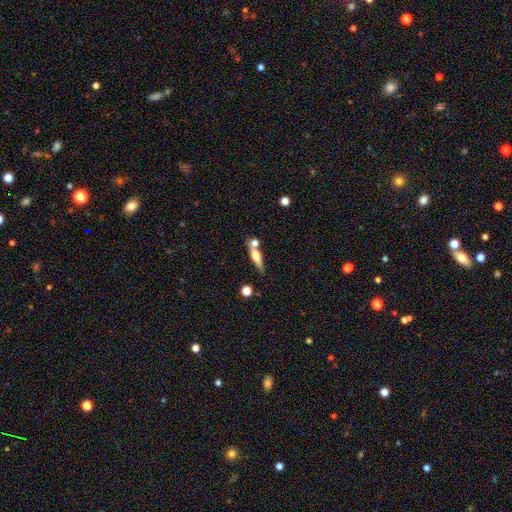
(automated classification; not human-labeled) The model was most divided on "smooth or featured": featured or disk: 49%, smooth: 43%, star or artifact: 8%. More confident: merging — none (57%).